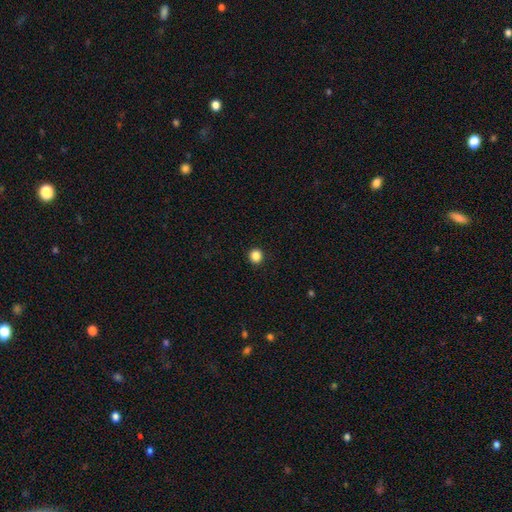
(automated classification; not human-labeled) Q: Smooth or featured?
A: smooth (85%); runner-up: star or artifact (11%)
Q: How rounded?
A: round (92%); runner-up: in between (7%)
Q: Merging?
A: none (93%); runner-up: minor disturbance (5%)